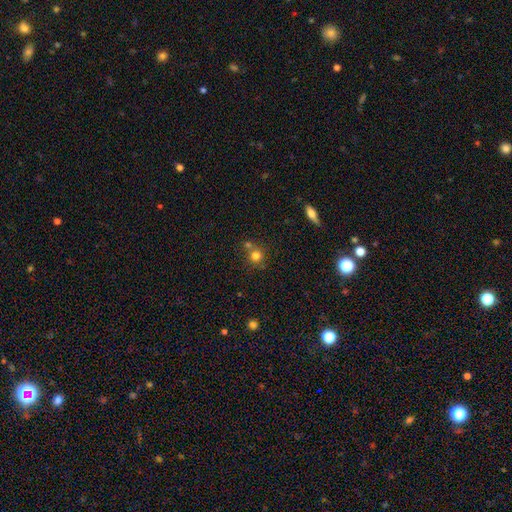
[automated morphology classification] Overall: smooth (78%). How rounded: round (91%). Merging: none (59%; merger 29%).